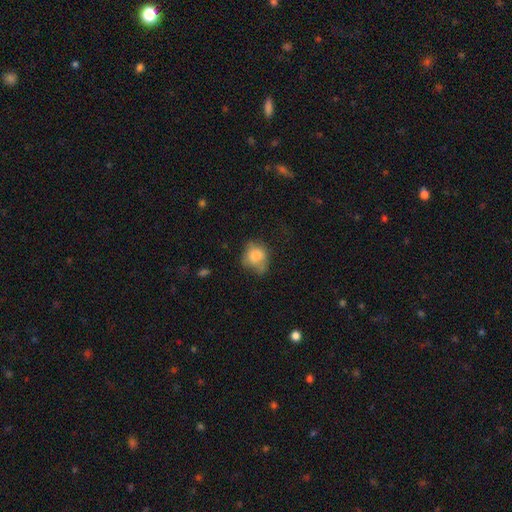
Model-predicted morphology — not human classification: Smooth or featured? Predicted: smooth (p=0.74). How rounded? Predicted: round (p=0.53). Merging? Predicted: none (p=0.39).